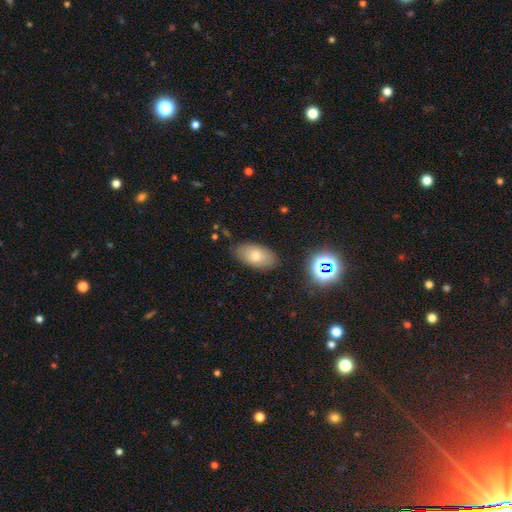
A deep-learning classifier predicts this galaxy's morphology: smooth_or_featured: smooth (p=0.75) [alt: featured or disk p=0.15]
how_rounded: in between (p=0.92) [alt: round p=0.05]
merging: none (p=0.83) [alt: minor disturbance p=0.12]